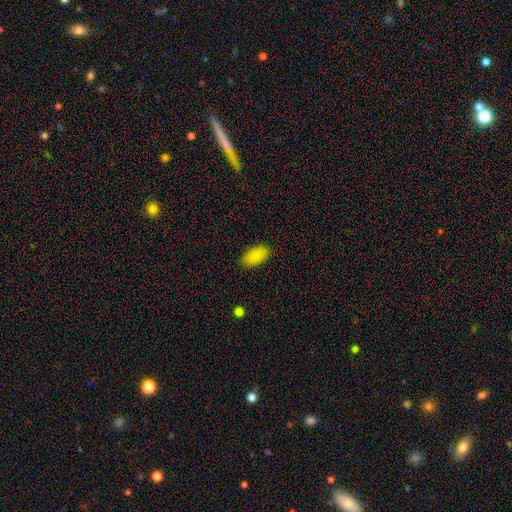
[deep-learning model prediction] Smooth or featured: smooth — 89% (star or artifact — 8%)
How rounded: in between — 94% (cigar-shaped — 3%)
Merging: none — 87% (minor disturbance — 10%)